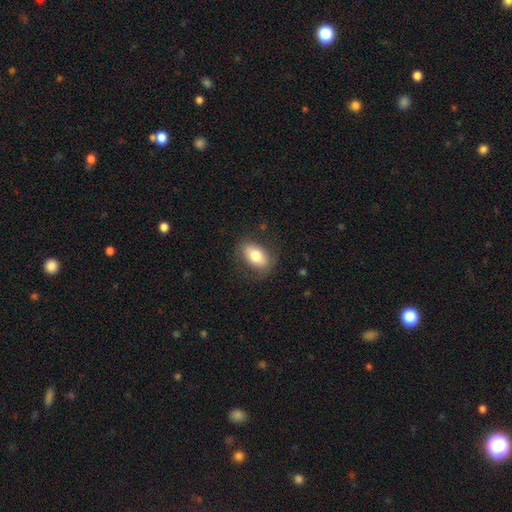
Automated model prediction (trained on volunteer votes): Smooth or featured? Predicted: smooth (p=0.73). How rounded? Predicted: in between (p=0.87). Merging? Predicted: none (p=0.78).